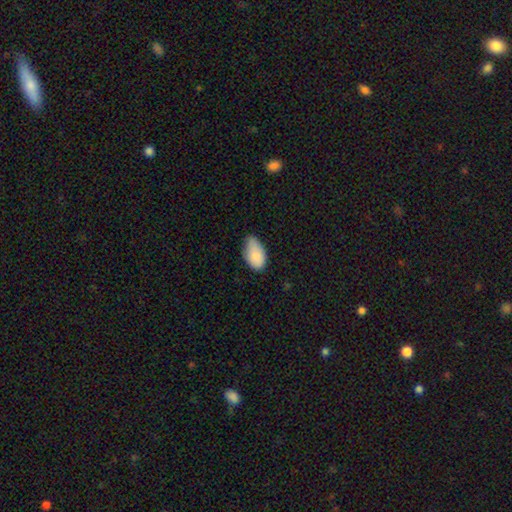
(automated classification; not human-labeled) A smooth galaxy with no disk features (85%) that is in between round and cigar-shaped (94%). Merging: none (48%).